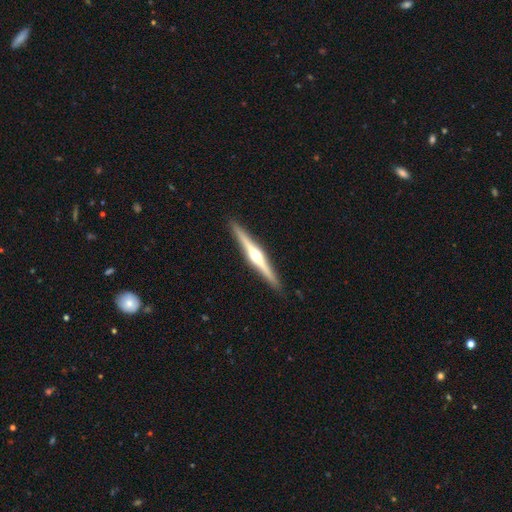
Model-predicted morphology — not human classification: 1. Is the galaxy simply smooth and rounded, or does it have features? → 79% featured or disk, 16% smooth, 5% star or artifact.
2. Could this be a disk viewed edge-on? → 98% yes, 2% no.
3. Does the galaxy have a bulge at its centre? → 94% rounded, 3% none, 3% boxy.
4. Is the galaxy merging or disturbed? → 91% none, 6% minor disturbance, 1% major disturbance, 1% merger.